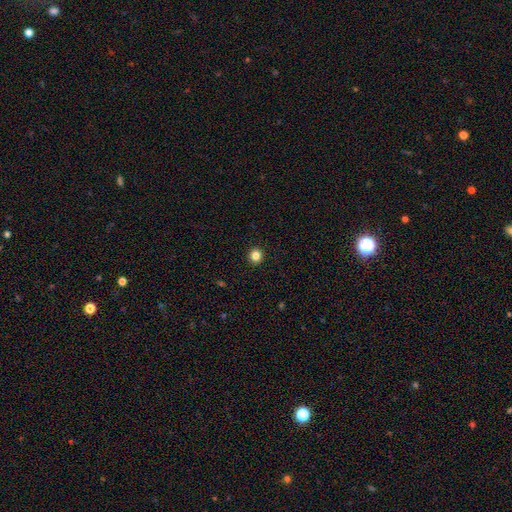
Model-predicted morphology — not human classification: type=smooth (83%); roundness=round (90%); merging=none (93%).